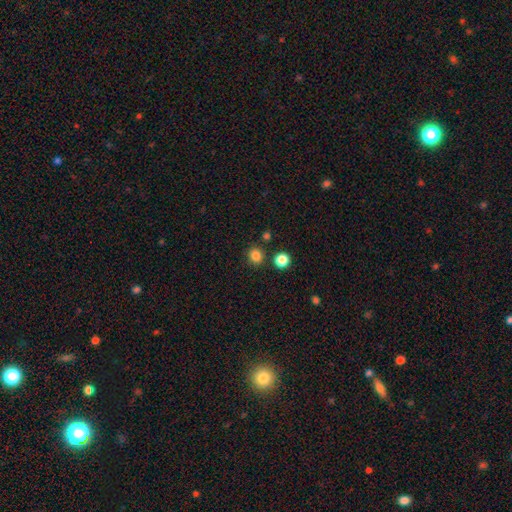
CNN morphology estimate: This appears to be a smooth galaxy with no disk features (82%) that is round (91%). Merging: none (86%).